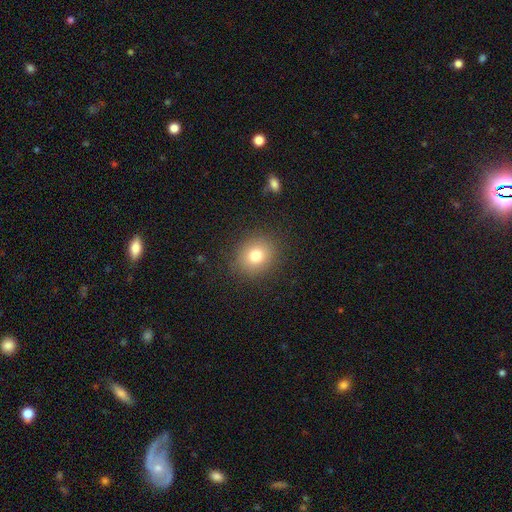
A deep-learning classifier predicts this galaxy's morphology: A smooth galaxy with no disk features (78%) that is round (74%). Merging: none (87%).